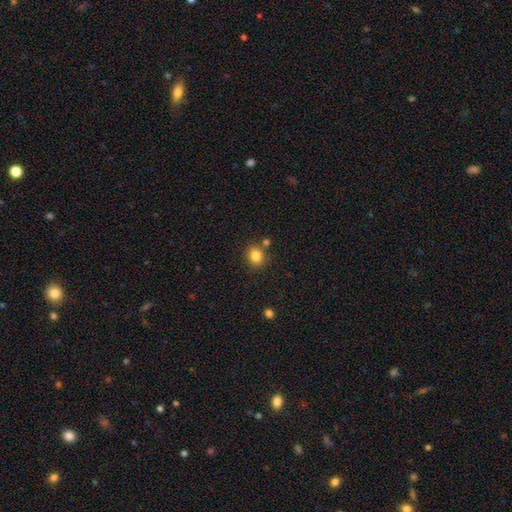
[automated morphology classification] type=smooth (84%); roundness=round (69%); merging=none (77%).